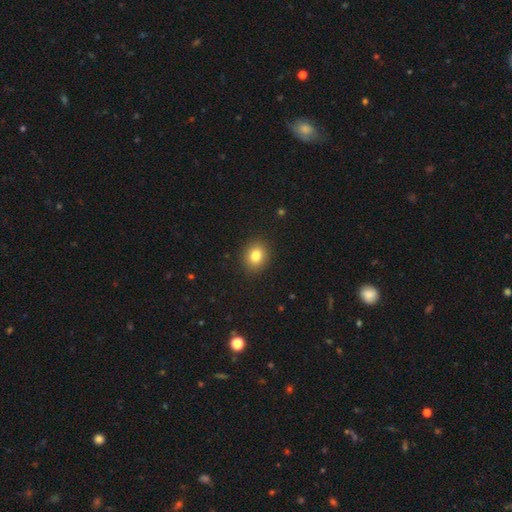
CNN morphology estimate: A smooth galaxy with no disk features (82%) that is round (63%).

Vote fractions:
- Smooth or featured? smooth: 82% / star or artifact: 11% / featured or disk: 8%
- How rounded? round: 63% / in between: 36% / cigar-shaped: 1%
- Merging? none: 90% / minor disturbance: 7% / major disturbance: 2% / merger: 1%